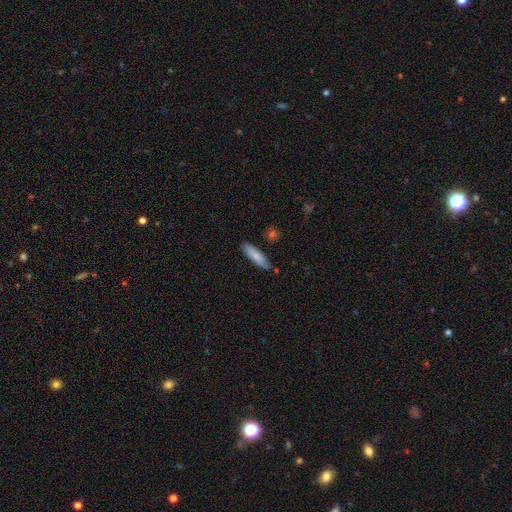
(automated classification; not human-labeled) This appears to be a smooth galaxy with no disk features (80%) that is cigar-shaped (64%). Merging: none (80%).